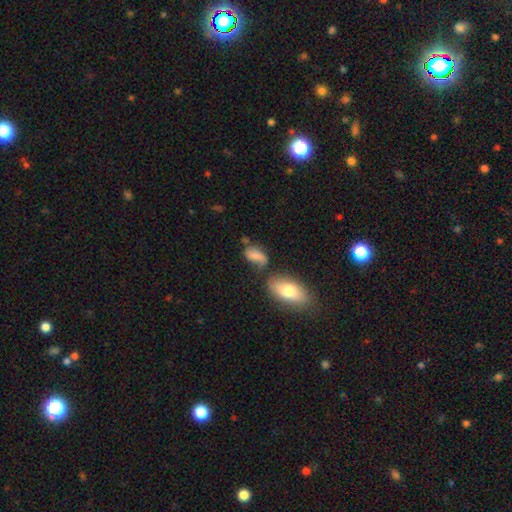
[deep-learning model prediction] smooth_or_featured: smooth (p=0.69) [alt: featured or disk p=0.21]
how_rounded: in between (p=0.88) [alt: round p=0.07]
merging: none (p=0.42) [alt: minor disturbance p=0.27]